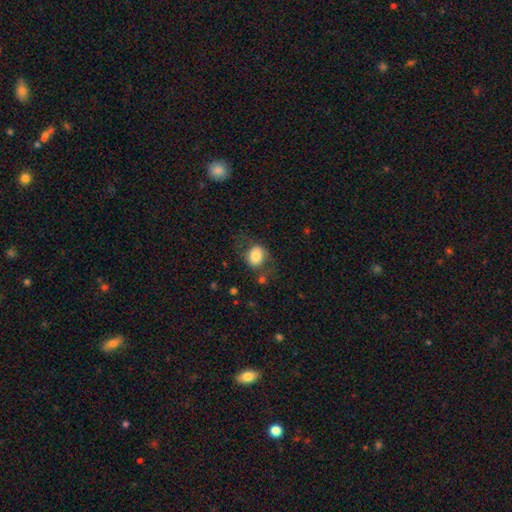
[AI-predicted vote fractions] Smooth or featured: smooth — 75% (featured or disk — 17%)
How rounded: round — 53% (in between — 45%)
Merging: none — 61% (minor disturbance — 21%)